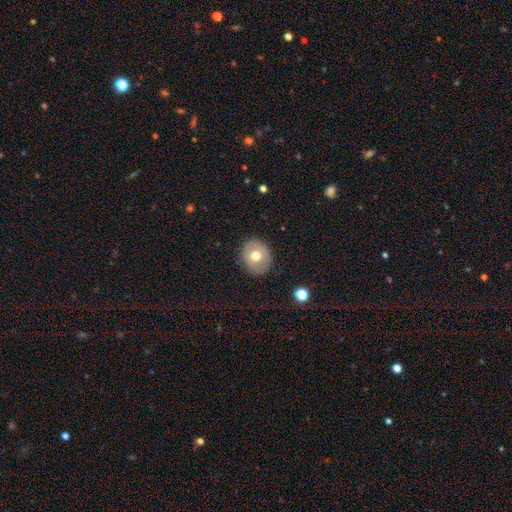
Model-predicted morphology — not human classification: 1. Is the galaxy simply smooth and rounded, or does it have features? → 59% smooth, 33% featured or disk, 7% star or artifact.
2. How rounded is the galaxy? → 58% round, 41% in between, 1% cigar-shaped.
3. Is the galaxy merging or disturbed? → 85% none, 10% minor disturbance, 3% major disturbance, 1% merger.